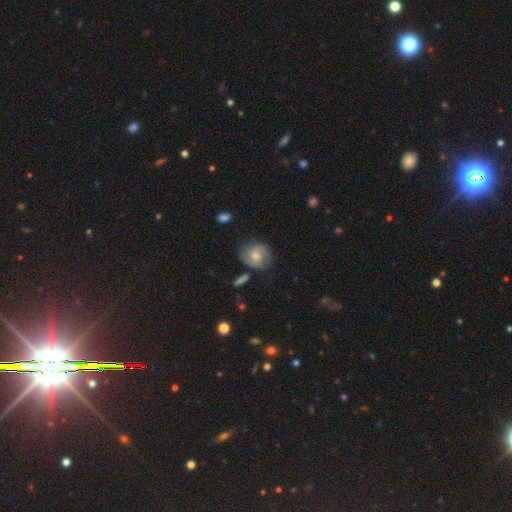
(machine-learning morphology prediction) This appears to be a featured or disk galaxy (51%). Merging: none (71%).